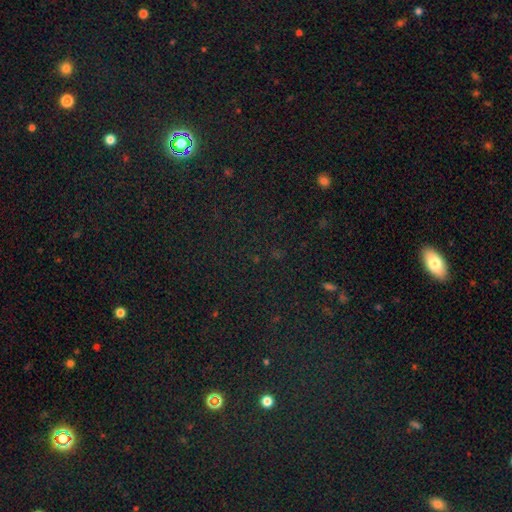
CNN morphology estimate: smooth-or-featured: star or artifact: 70% | smooth: 20% | featured or disk: 10%